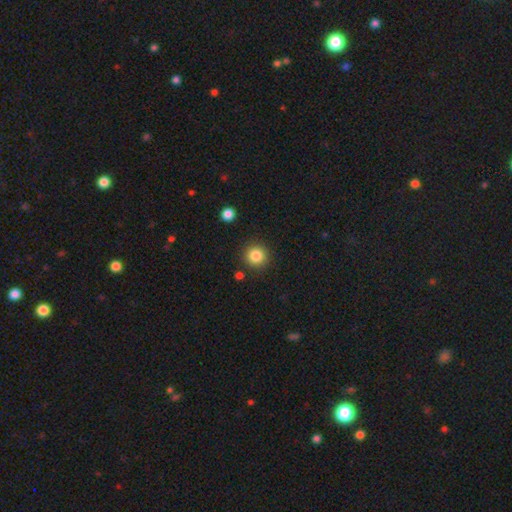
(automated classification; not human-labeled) smooth-or-featured: smooth: 84% | star or artifact: 11% | featured or disk: 5%
  how-rounded: round: 94% | in between: 5% | cigar-shaped: 1%
  merging: none: 89% | minor disturbance: 6% | merger: 3% | major disturbance: 2%